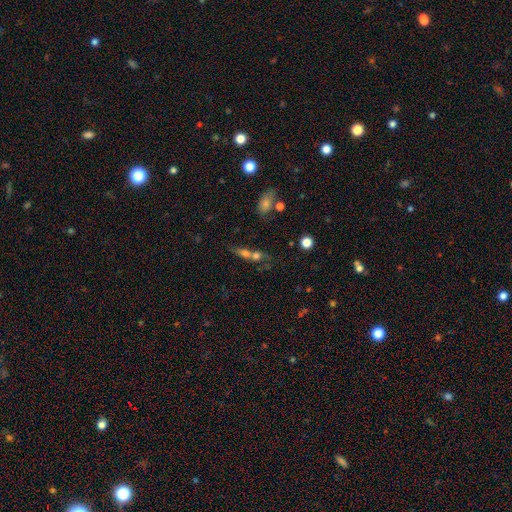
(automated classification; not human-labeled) This appears to be a smooth galaxy with no disk features (62%) that is in between round and cigar-shaped (46%). Merging: merger (64%).